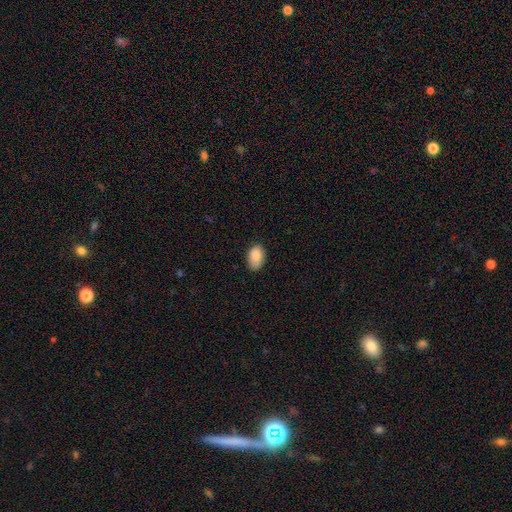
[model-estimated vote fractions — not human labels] smooth-or-featured: smooth: 88% | star or artifact: 7% | featured or disk: 5%
  how-rounded: in between: 92% | round: 7% | cigar-shaped: 1%
  merging: none: 79% | minor disturbance: 17% | major disturbance: 3% | merger: 1%